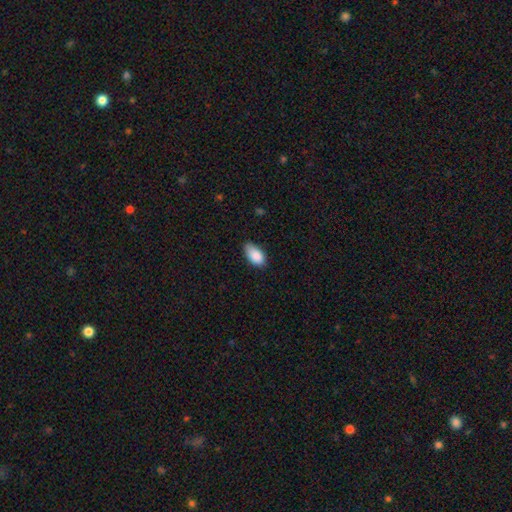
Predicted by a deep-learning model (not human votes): smooth_or_featured: smooth (p=0.88) [alt: star or artifact p=0.07]
how_rounded: in between (p=0.94) [alt: round p=0.03]
merging: none (p=0.69) [alt: minor disturbance p=0.26]